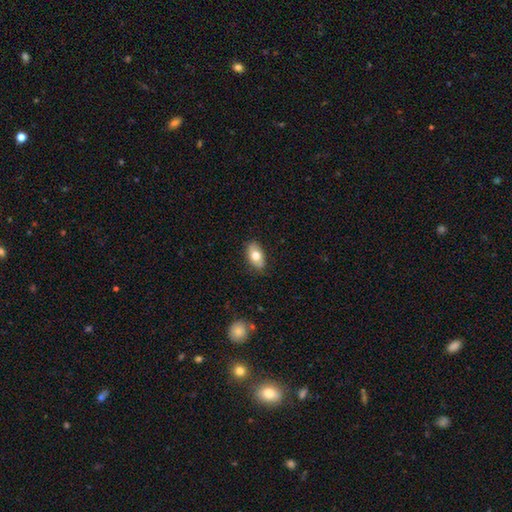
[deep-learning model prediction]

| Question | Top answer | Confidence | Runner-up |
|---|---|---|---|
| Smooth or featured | smooth | 72% | featured or disk (21%) |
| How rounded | in between | 90% | round (7%) |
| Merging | none | 80% | minor disturbance (16%) |